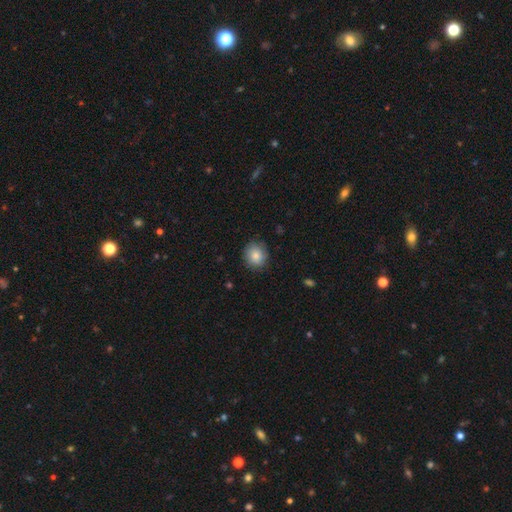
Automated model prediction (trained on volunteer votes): This is clearly a smooth galaxy (84%). How rounded: clearly round (83%). Merging: clearly none (84%).